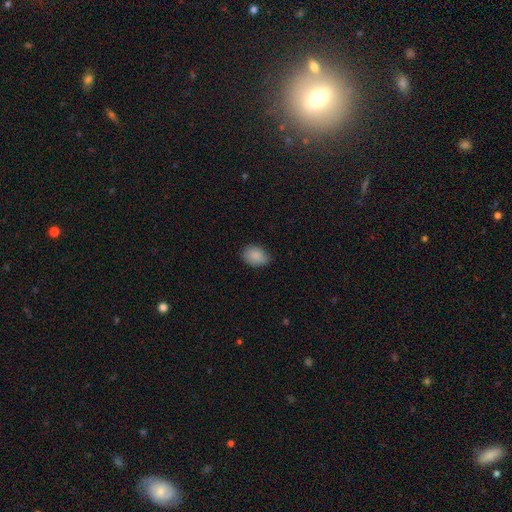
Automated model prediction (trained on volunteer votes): Morphology: type=smooth (87%); roundness=in between (75%); merging=none (77%).